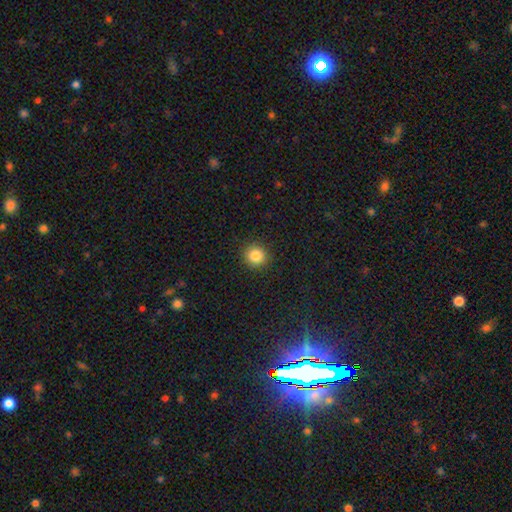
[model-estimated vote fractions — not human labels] Smooth or featured: smooth — 84% (star or artifact — 11%)
How rounded: round — 92% (in between — 7%)
Merging: none — 91% (minor disturbance — 6%)